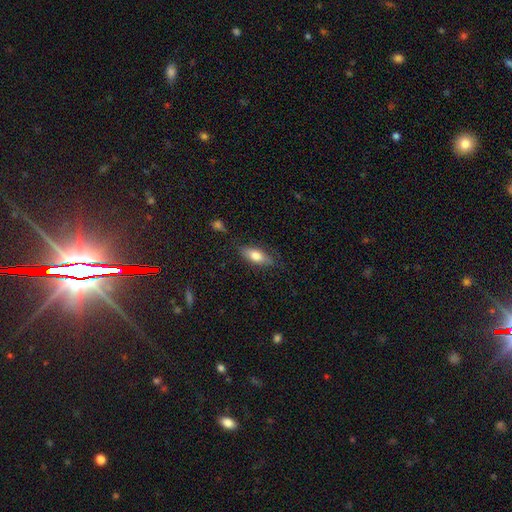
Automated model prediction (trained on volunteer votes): A smooth galaxy with no disk features (76%) that is in between round and cigar-shaped (77%).

Vote fractions:
- Smooth or featured? smooth: 76% / featured or disk: 18% / star or artifact: 7%
- How rounded? in between: 77% / cigar-shaped: 20% / round: 3%
- Merging? none: 76% / minor disturbance: 17% / major disturbance: 4% / merger: 2%